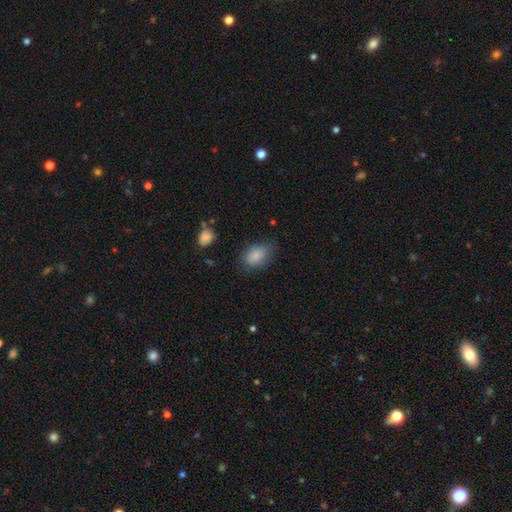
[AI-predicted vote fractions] Smooth or featured?
  - smooth: 85% *
  - star or artifact: 8%
  - featured or disk: 7%
How rounded?
  - in between: 83% *
  - round: 16%
  - cigar-shaped: 1%
Merging?
  - none: 65% *
  - minor disturbance: 25%
  - major disturbance: 8%
  - merger: 2%